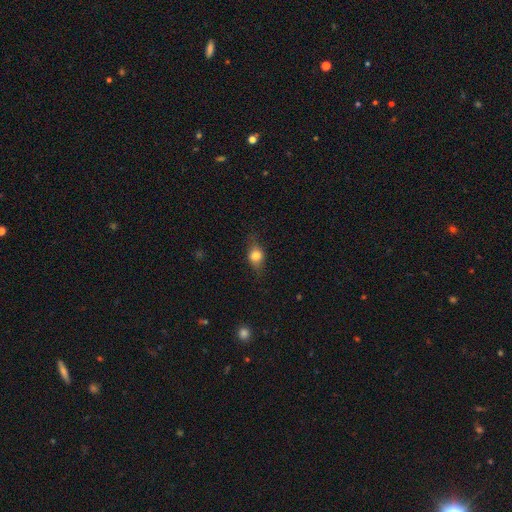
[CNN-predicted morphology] This appears to be a smooth galaxy with no disk features (66%) that is in between round and cigar-shaped (54%). Merging: none (75%).